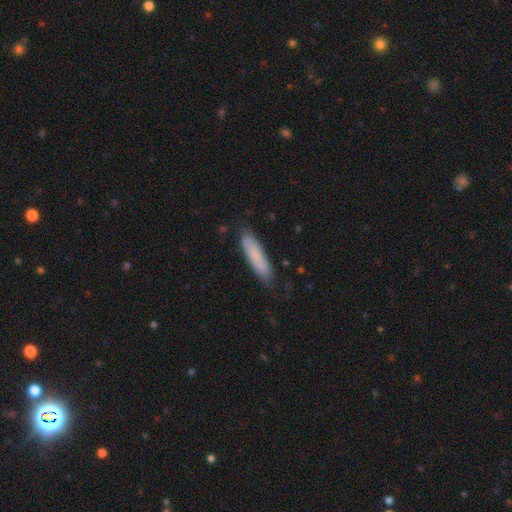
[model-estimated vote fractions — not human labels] smooth-or-featured: smooth: 80% | featured or disk: 13% | star or artifact: 6%
  how-rounded: cigar-shaped: 79% | in between: 19% | round: 1%
  merging: none: 80% | minor disturbance: 16% | major disturbance: 3% | merger: 1%